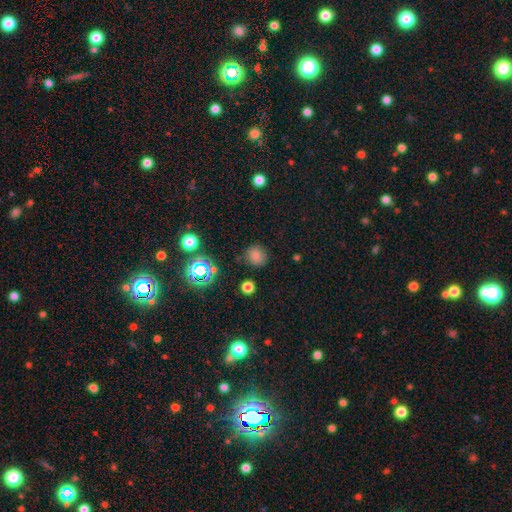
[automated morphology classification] smooth 75%, star or artifact 19%, featured or disk 6%. Down the decision tree: how rounded — round (85%); merging — none (82%).